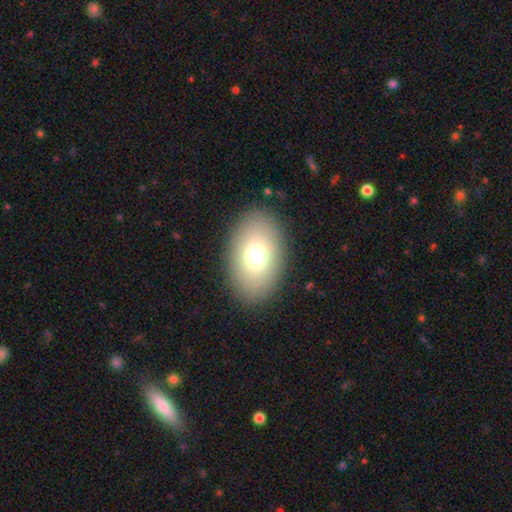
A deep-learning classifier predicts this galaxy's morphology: This is likely a smooth galaxy (72%). How rounded: clearly in between (84%). Merging: clearly none (88%).